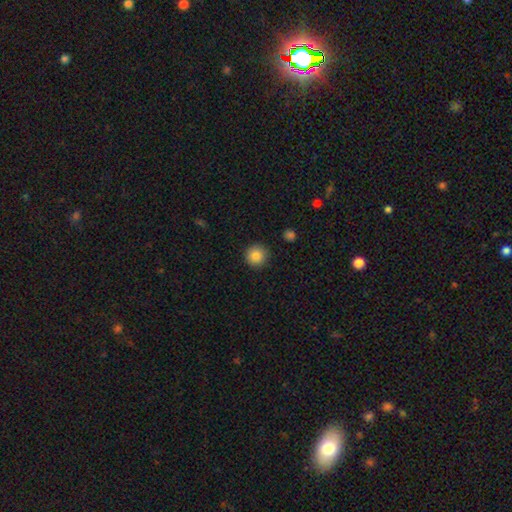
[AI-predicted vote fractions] Overall: smooth (86%). How rounded: round (95%). Merging: none (91%).